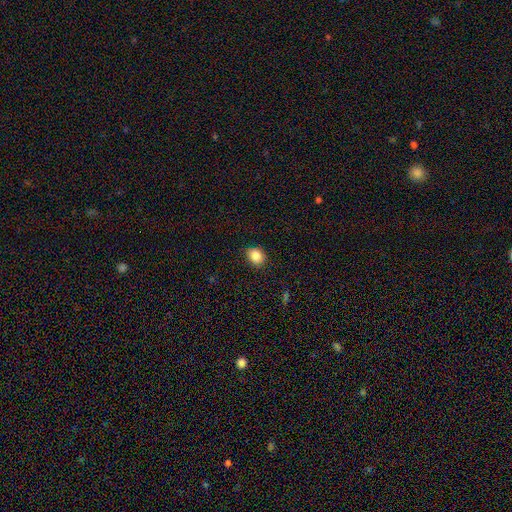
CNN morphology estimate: Smooth or featured: smooth — 86% (star or artifact — 9%)
How rounded: round — 51% (in between — 48%)
Merging: none — 87% (minor disturbance — 10%)